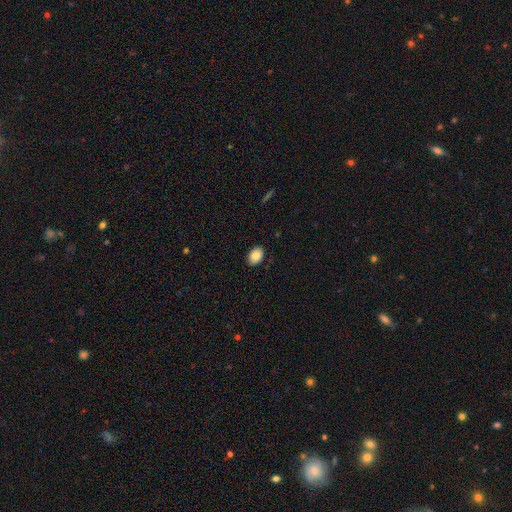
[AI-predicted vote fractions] Smooth or featured? smooth (86%)
How rounded? in between (78%)
Merging? none (88%)